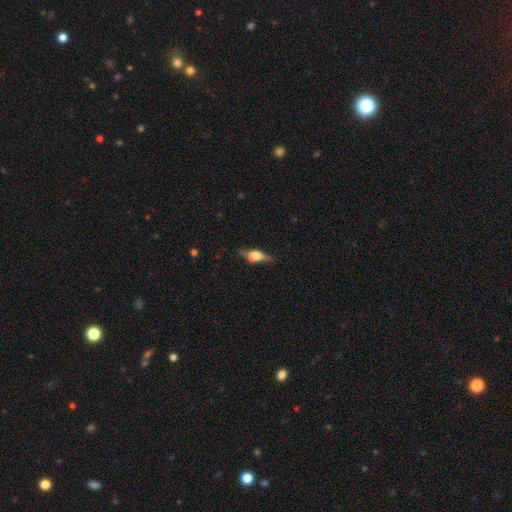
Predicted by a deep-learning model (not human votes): smooth_or_featured: featured or disk (p=0.61) [alt: smooth p=0.31]
disk_edge_on: yes (p=0.93) [alt: no p=0.07]
edge_on_bulge: rounded (p=0.90) [alt: boxy p=0.08]
merging: none (p=0.74) [alt: minor disturbance p=0.17]